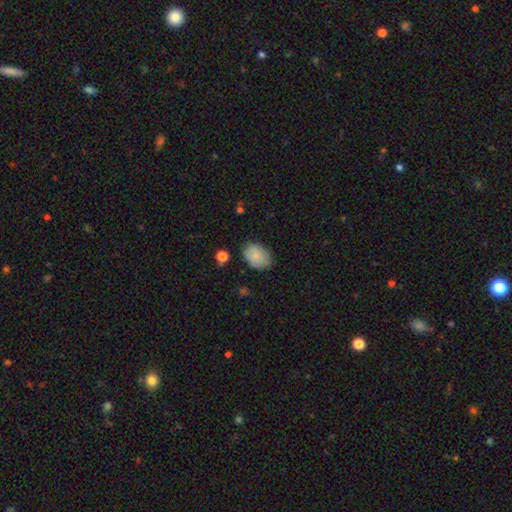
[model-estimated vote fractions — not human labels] This appears to be a smooth galaxy with no disk features (84%) that is in between round and cigar-shaped (82%). Merging: none (78%).